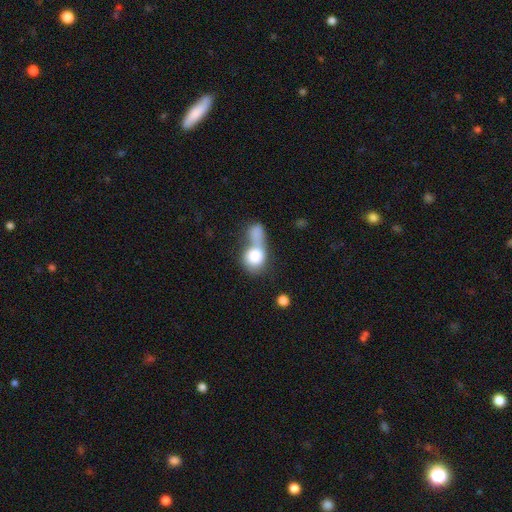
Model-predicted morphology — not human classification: This appears to be a smooth galaxy with no disk features (77%) that is round (63%). Merging: merger (64%).